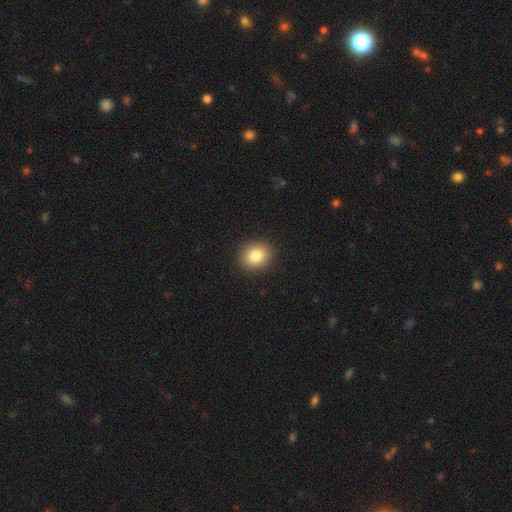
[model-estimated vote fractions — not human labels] The model was most divided on "how rounded": round: 65%, in between: 34%, cigar-shaped: 1%. More confident: merging — none (91%); smooth or featured — smooth (84%).